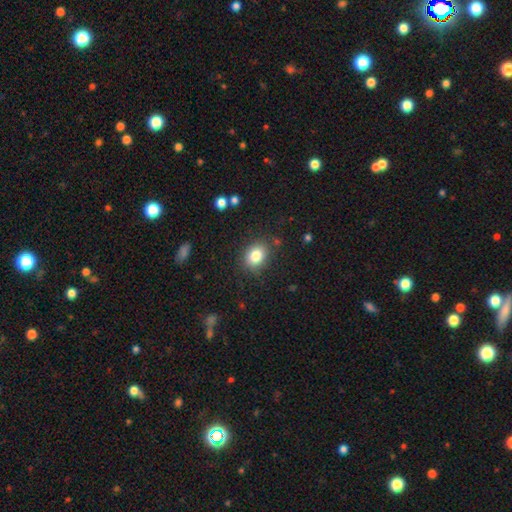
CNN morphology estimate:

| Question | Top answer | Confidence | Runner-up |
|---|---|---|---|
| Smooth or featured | smooth | 82% | star or artifact (10%) |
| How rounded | in between | 55% | round (44%) |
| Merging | none | 82% | minor disturbance (12%) |